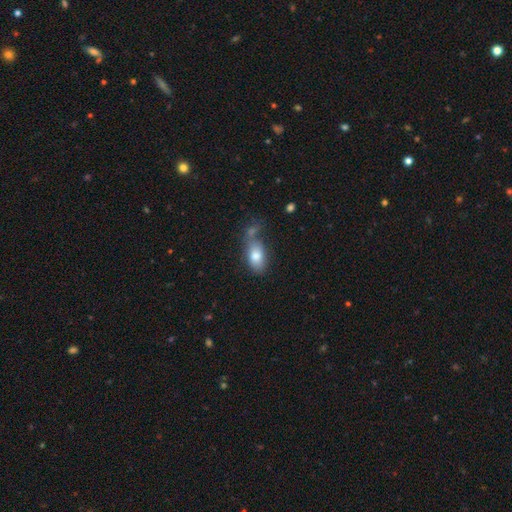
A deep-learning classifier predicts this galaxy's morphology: A smooth galaxy with no disk features (79%) that is in between round and cigar-shaped (89%).

Vote fractions:
- Smooth or featured? smooth: 79% / featured or disk: 14% / star or artifact: 7%
- How rounded? in between: 89% / round: 6% / cigar-shaped: 5%
- Merging? none: 44% / merger: 24% / minor disturbance: 21% / major disturbance: 10%